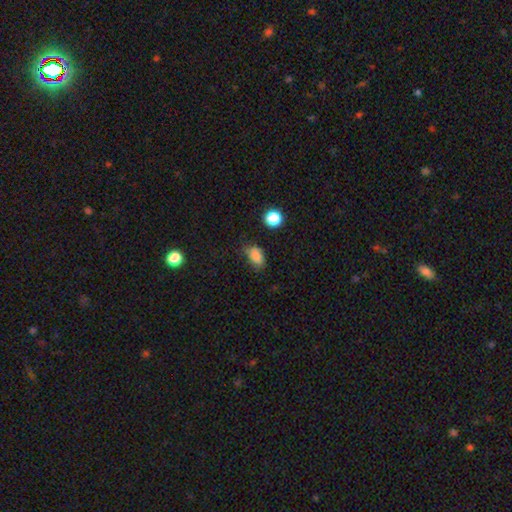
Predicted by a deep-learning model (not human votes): Smooth or featured? Predicted: smooth (p=0.82). How rounded? Predicted: in between (p=0.85). Merging? Predicted: none (p=0.58).